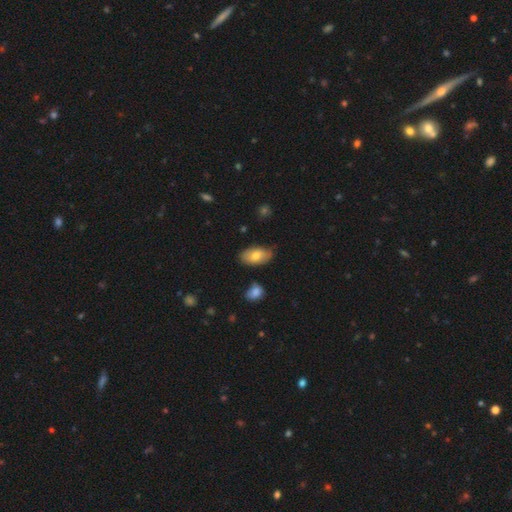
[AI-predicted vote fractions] Smooth or featured: smooth — 73% (featured or disk — 20%)
How rounded: in between — 93% (round — 4%)
Merging: none — 73% (minor disturbance — 20%)